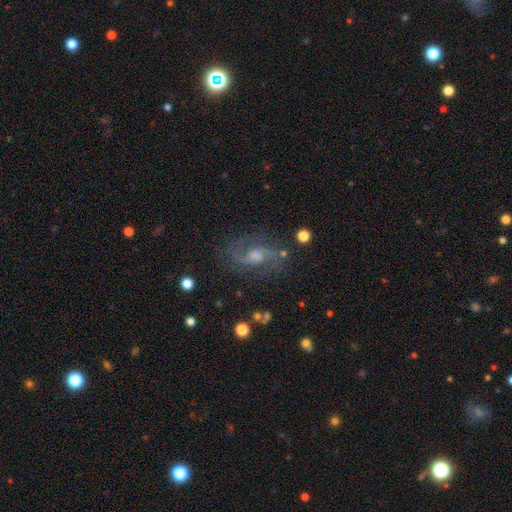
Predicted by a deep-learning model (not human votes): A featured or disk galaxy (76%) with no bar (47%), 2 (82%) medium (45%) spiral arms (92%) and a moderate central bulge (52%).

Vote fractions:
- Smooth or featured? featured or disk: 76% / smooth: 13% / star or artifact: 11%
- Edge-on disk? no: 95% / yes: 5%
- Bar? no: 47% / weak: 44% / strong: 9%
- Spiral arms? yes: 92% / no: 8%
- Spiral winding? medium: 45% / loose: 42% / tight: 13%
- Spiral arm count? 2: 82% / can't tell: 8% / 3: 4% / 1: 3% / 4: 2% / more than 4: 2%
- Bulge size? moderate: 52% / small: 25% / large: 14% / none: 7% / dominant: 2%
- Merging? none: 72% / minor disturbance: 15% / major disturbance: 10% / merger: 3%